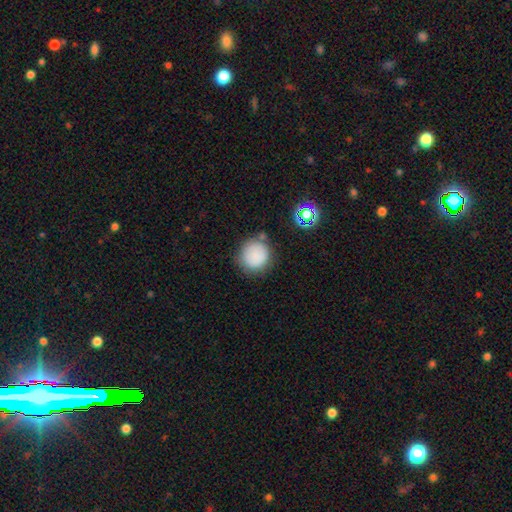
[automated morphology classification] Q: Smooth or featured?
A: smooth (84%); runner-up: star or artifact (10%)
Q: How rounded?
A: round (90%); runner-up: in between (9%)
Q: Merging?
A: none (74%); runner-up: minor disturbance (16%)